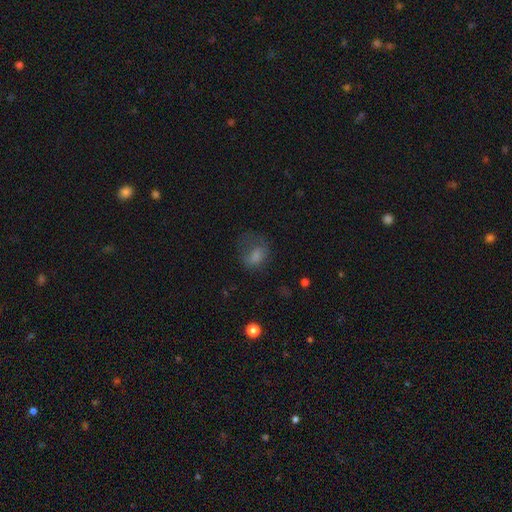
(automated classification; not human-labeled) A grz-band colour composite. It shows a smooth galaxy with no disk features (62%) that is in between round and cigar-shaped (57%). Merging: none (47%).